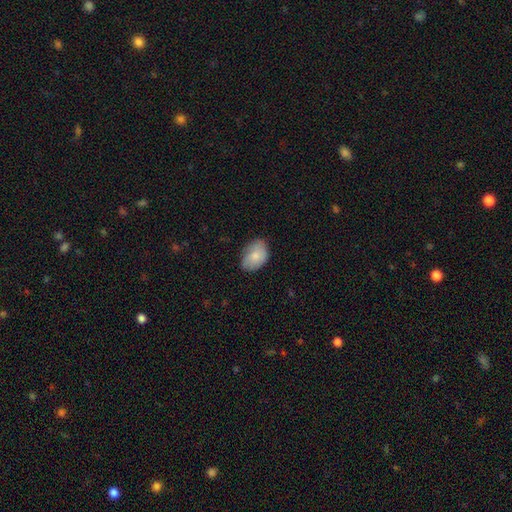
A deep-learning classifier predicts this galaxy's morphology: This appears to be a smooth galaxy with no disk features (80%) that is in between round and cigar-shaped (83%). Merging: none (71%).